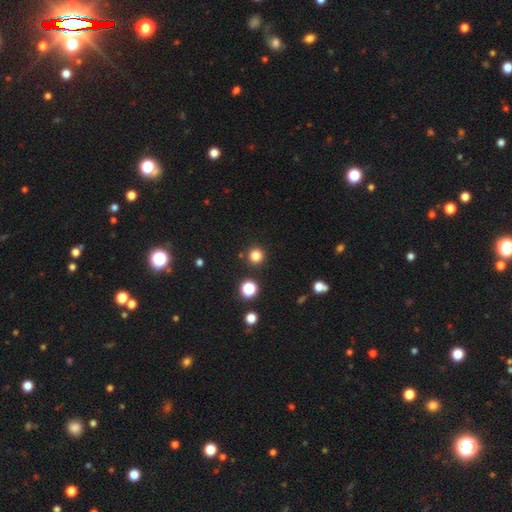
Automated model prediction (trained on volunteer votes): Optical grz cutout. It shows a smooth galaxy with no disk features (81%) that is round (95%). Merging: none (90%).